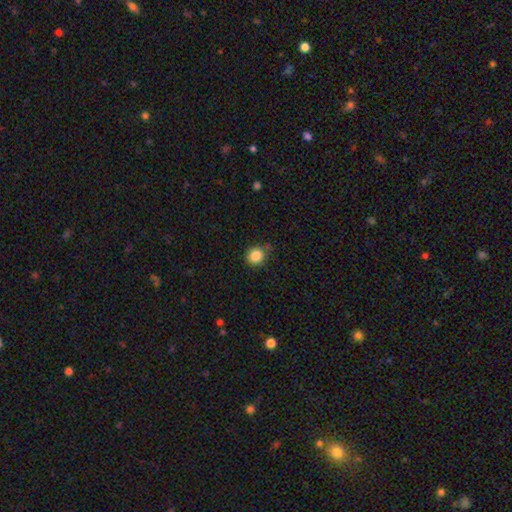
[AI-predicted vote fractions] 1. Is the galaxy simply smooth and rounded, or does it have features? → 86% smooth, 10% star or artifact, 4% featured or disk.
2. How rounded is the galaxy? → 87% round, 12% in between, 1% cigar-shaped.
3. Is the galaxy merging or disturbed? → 77% none, 15% minor disturbance, 4% merger, 3% major disturbance.